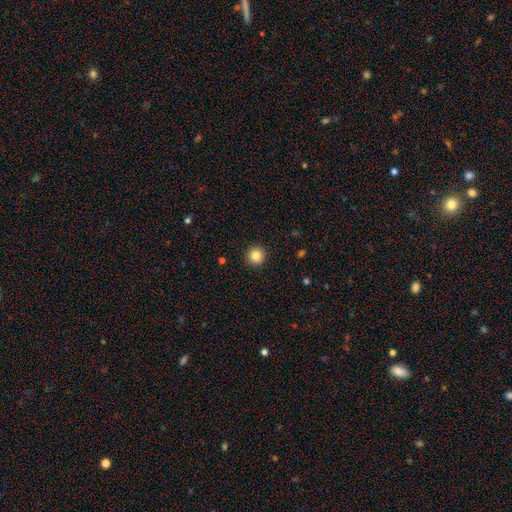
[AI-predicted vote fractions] smooth-or-featured: smooth: 84% | star or artifact: 10% | featured or disk: 5%
  how-rounded: round: 96% | in between: 3% | cigar-shaped: 1%
  merging: none: 93% | minor disturbance: 4% | major disturbance: 2% | merger: 1%